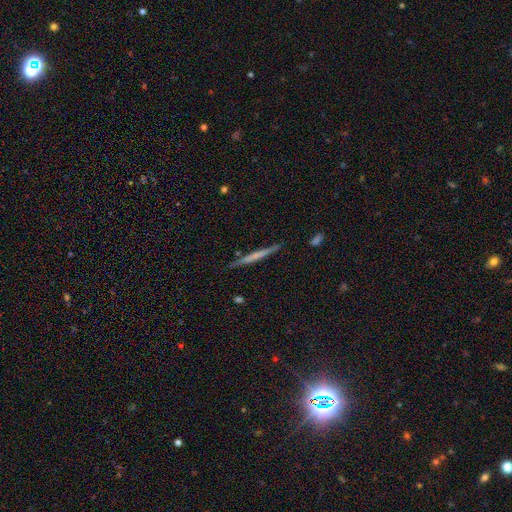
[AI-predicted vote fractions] Overall: featured or disk (52%; smooth 42%). Edge-on disk: yes (97%). Edge-on bulge: none (73%). Merging: none (88%).